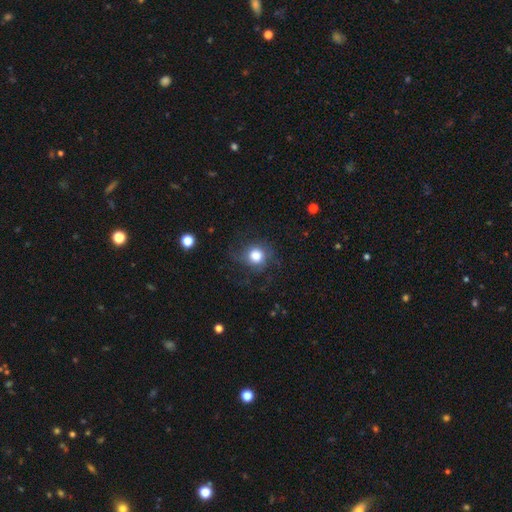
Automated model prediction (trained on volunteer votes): smooth 60%, featured or disk 28%, star or artifact 12%. Down the decision tree: how rounded — round (85%); merging — none (62%).